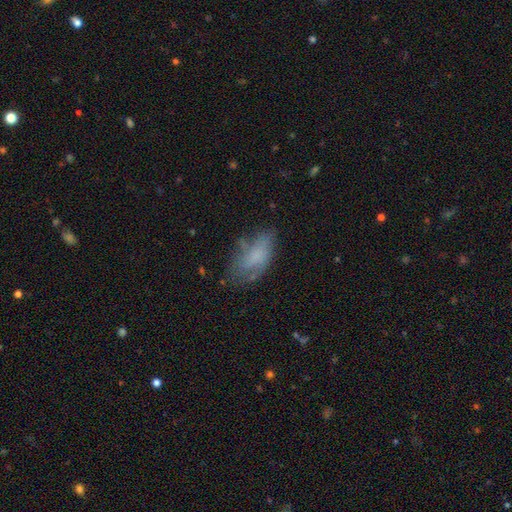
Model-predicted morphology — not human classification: Smooth or featured: smooth — 63% (featured or disk — 27%)
How rounded: in between — 88% (cigar-shaped — 9%)
Merging: none — 51% (minor disturbance — 29%)